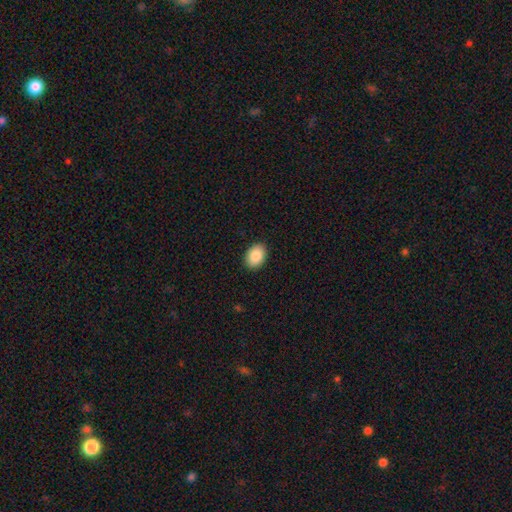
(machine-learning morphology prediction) This is clearly a smooth galaxy (88%). How rounded: clearly in between (80%). Merging: clearly none (90%).